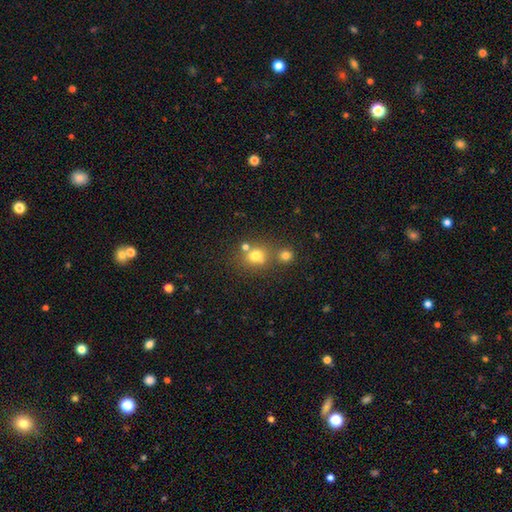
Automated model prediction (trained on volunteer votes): Smooth or featured?
  - smooth: 72% *
  - star or artifact: 16%
  - featured or disk: 12%
How rounded?
  - round: 77% *
  - in between: 22%
  - cigar-shaped: 1%
Merging?
  - none: 59% *
  - merger: 26%
  - minor disturbance: 11%
  - major disturbance: 5%